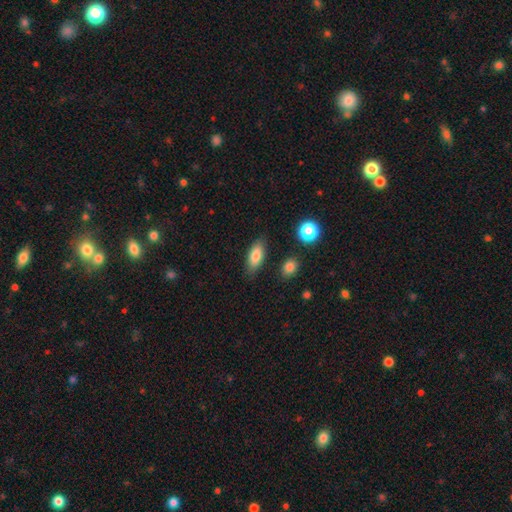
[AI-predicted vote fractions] smooth 82%, featured or disk 11%, star or artifact 8%. Down the decision tree: how rounded — in between (83%); merging — none (83%).